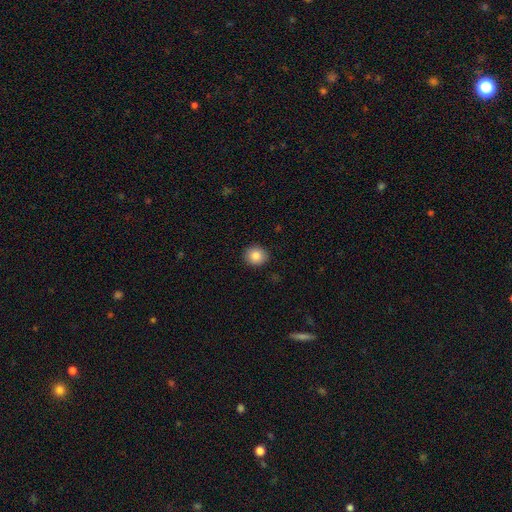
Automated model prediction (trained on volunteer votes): A smooth galaxy with no disk features (85%) that is round (77%).

Vote fractions:
- Smooth or featured? smooth: 85% / star or artifact: 9% / featured or disk: 6%
- How rounded? round: 77% / in between: 22% / cigar-shaped: 1%
- Merging? none: 91% / minor disturbance: 7% / major disturbance: 2% / merger: 1%